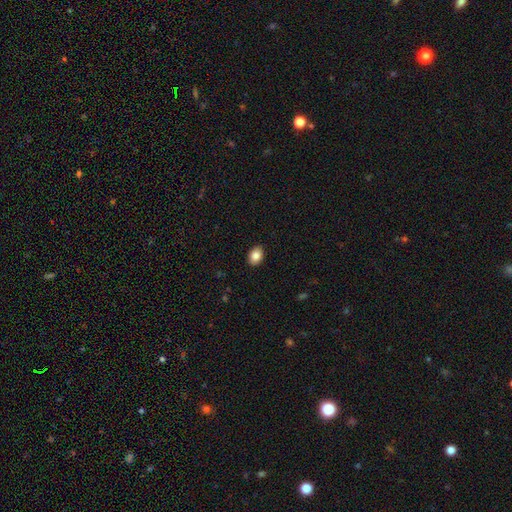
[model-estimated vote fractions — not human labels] Q: Smooth or featured?
A: smooth (87%); runner-up: star or artifact (8%)
Q: How rounded?
A: in between (77%); runner-up: round (22%)
Q: Merging?
A: none (90%); runner-up: minor disturbance (7%)